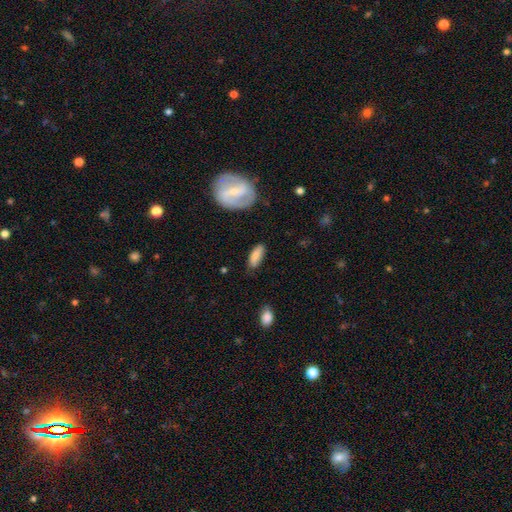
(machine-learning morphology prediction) Smooth or featured? smooth (79%)
How rounded? in between (74%)
Merging? none (73%)